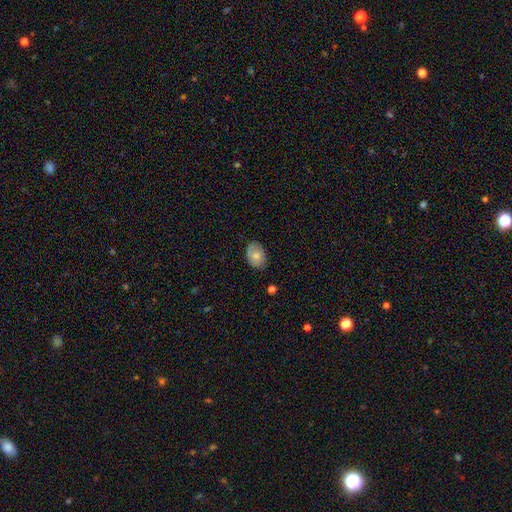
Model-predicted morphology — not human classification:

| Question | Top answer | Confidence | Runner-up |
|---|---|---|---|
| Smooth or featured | smooth | 73% | featured or disk (20%) |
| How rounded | in between | 77% | round (21%) |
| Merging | none | 76% | minor disturbance (19%) |